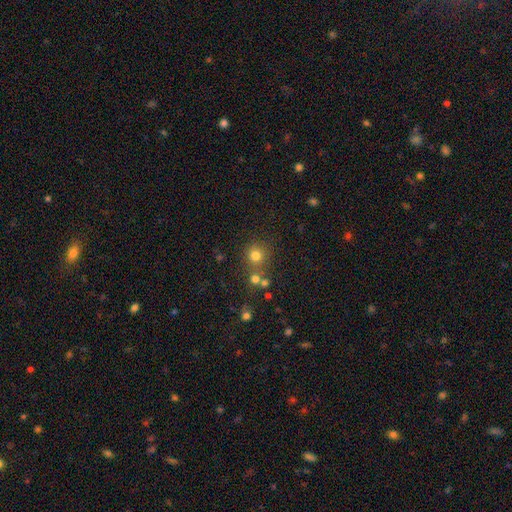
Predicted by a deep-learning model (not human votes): Smooth or featured? Predicted: smooth (p=0.75). How rounded? Predicted: round (p=0.91). Merging? Predicted: none (p=0.70).